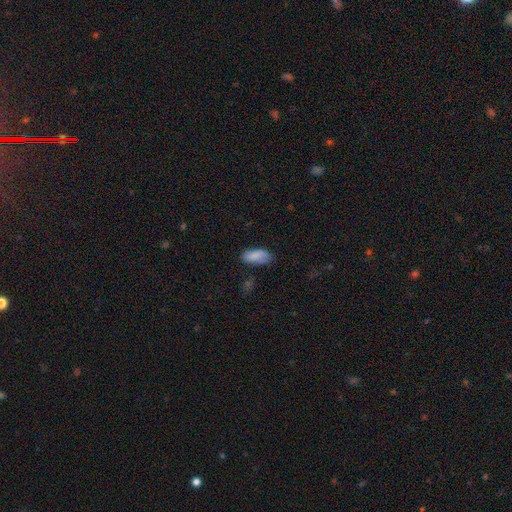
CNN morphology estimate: Smooth or featured: smooth — 84% (featured or disk — 9%)
How rounded: in between — 87% (cigar-shaped — 11%)
Merging: none — 68% (minor disturbance — 23%)